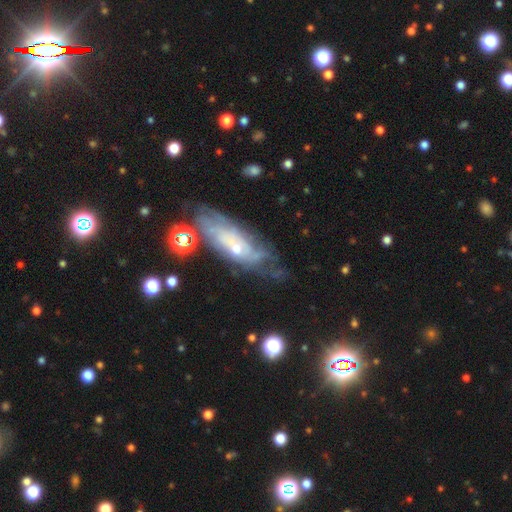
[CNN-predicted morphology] A featured or disk galaxy (71%) with no bar (76%), spiral arms (79%) and a small central bulge (67%).

Vote fractions:
- Smooth or featured? featured or disk: 71% / smooth: 20% / star or artifact: 9%
- Edge-on disk? no: 80% / yes: 20%
- Bar? no: 76% / weak: 19% / strong: 4%
- Spiral arms? yes: 79% / no: 21%
- Bulge size? small: 67% / moderate: 27% / none: 2% / large: 2% / dominant: 1%
- Merging? none: 59% / minor disturbance: 24% / major disturbance: 13% / merger: 5%